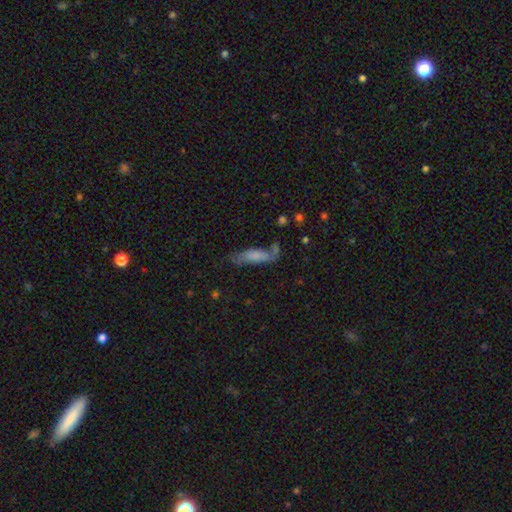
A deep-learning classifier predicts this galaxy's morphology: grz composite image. It shows a smooth galaxy with no disk features (67%) that is cigar-shaped (58%). Merging: none (56%).